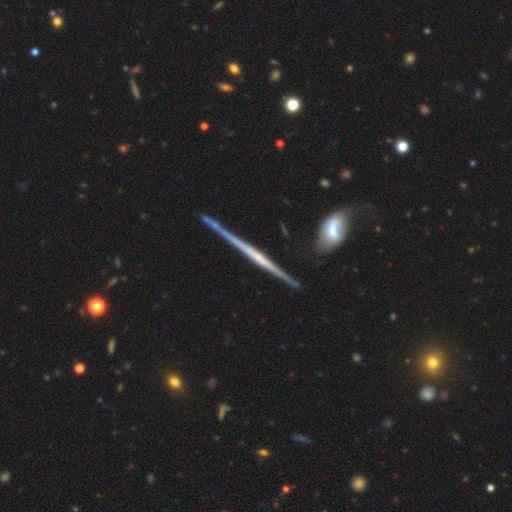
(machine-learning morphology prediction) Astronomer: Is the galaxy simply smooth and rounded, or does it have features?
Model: featured or disk — 77%.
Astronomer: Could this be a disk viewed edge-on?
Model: yes — 98%.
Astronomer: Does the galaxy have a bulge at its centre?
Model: none — 71%.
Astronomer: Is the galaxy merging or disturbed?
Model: none — 84%.